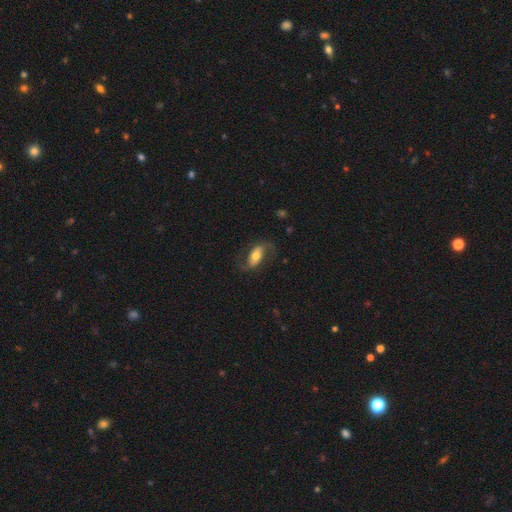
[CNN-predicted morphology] Smooth or featured? Predicted: featured or disk (p=0.54). Edge-on disk? Predicted: no (p=0.87). Merging? Predicted: none (p=0.69).